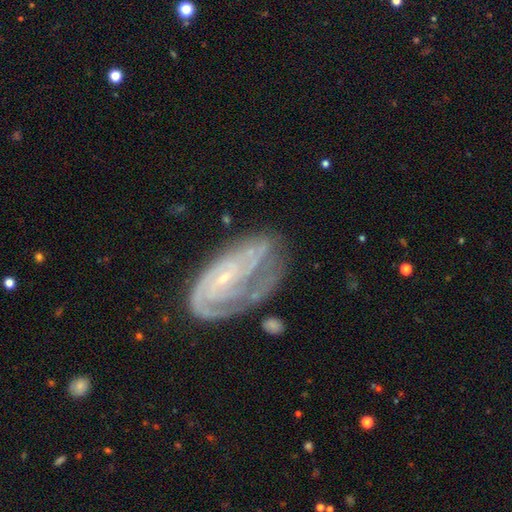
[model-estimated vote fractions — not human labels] This is clearly a featured or disk galaxy (83%). It is clearly not viewed edge-on (96%). Bar: marginally weak (42%, tied with no). Spiral arm pattern: clearly yes (94%). Spiral arm count: marginally 2 (37%). Spiral winding: possibly tight (56%). Central bulge: likely small (78%). Merging: possibly none (46%).